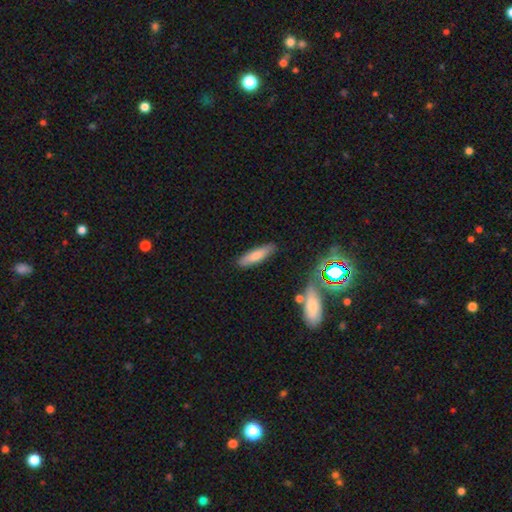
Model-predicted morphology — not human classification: Overall: smooth (76%). How rounded: cigar-shaped (67%; in between 31%). Merging: none (86%).